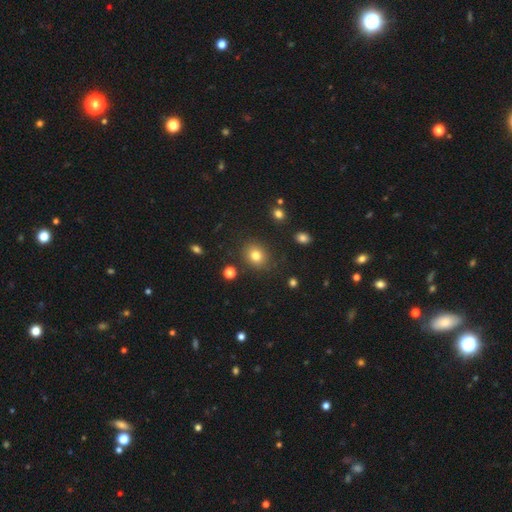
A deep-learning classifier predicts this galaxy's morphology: Smooth or featured? smooth (79%)
How rounded? round (62%)
Merging? none (85%)